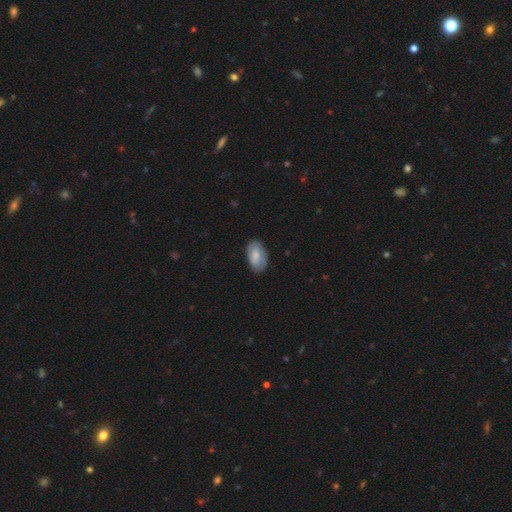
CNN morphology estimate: smooth-or-featured: smooth: 73% | featured or disk: 21% | star or artifact: 6%
  how-rounded: in between: 94% | round: 4% | cigar-shaped: 2%
  merging: none: 81% | minor disturbance: 15% | major disturbance: 3% | merger: 1%